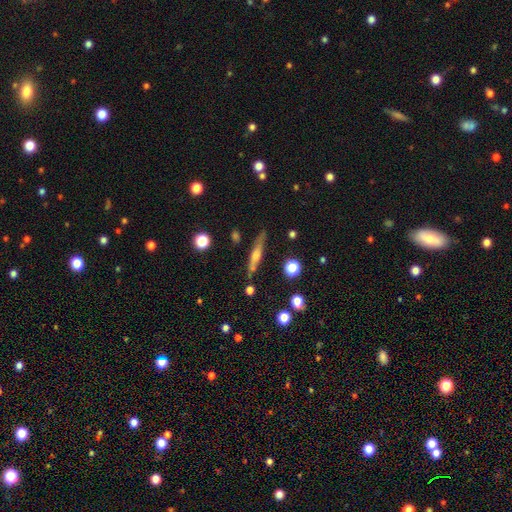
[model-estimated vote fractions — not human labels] Smooth or featured: featured or disk — 52% (smooth — 39%)
Edge-on disk: yes — 92% (no — 8%)
Merging: none — 79% (minor disturbance — 13%)